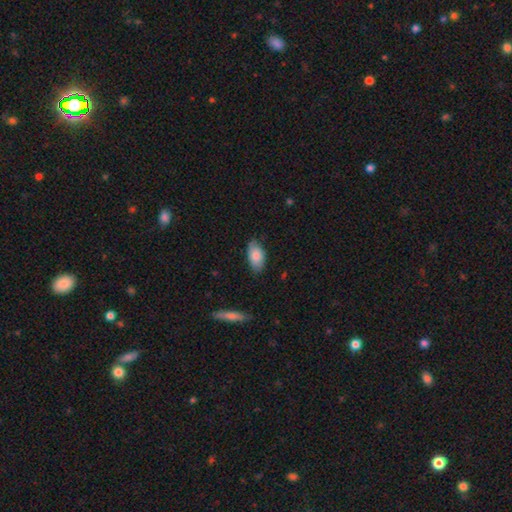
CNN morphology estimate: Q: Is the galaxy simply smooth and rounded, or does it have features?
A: smooth — 84%.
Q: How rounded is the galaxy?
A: in between — 93%.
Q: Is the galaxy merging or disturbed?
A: none — 77%.